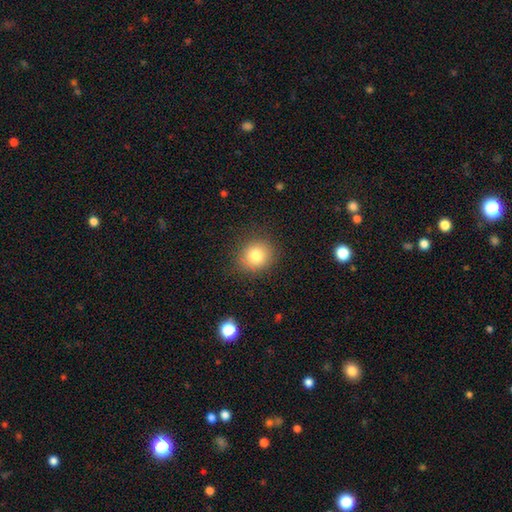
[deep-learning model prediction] This is clearly a smooth galaxy (80%). How rounded: clearly round (80%). Merging: clearly none (86%).